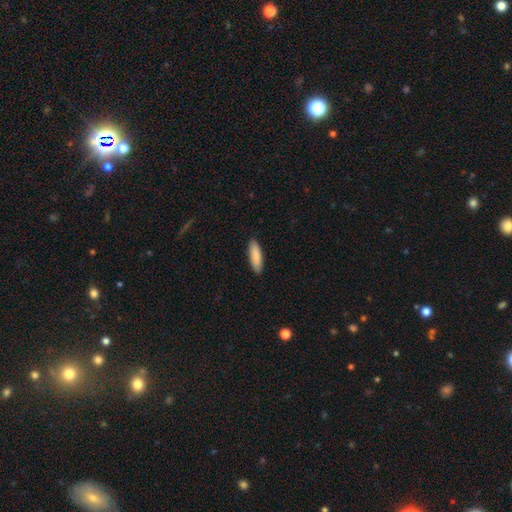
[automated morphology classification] type=smooth (89%); roundness=cigar-shaped (55%); merging=none (90%).